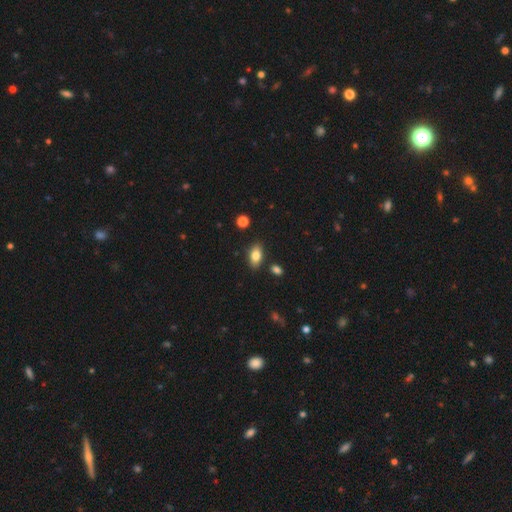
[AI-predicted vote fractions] This is clearly a smooth galaxy (80%). How rounded: clearly in between (89%). Merging: clearly none (84%).